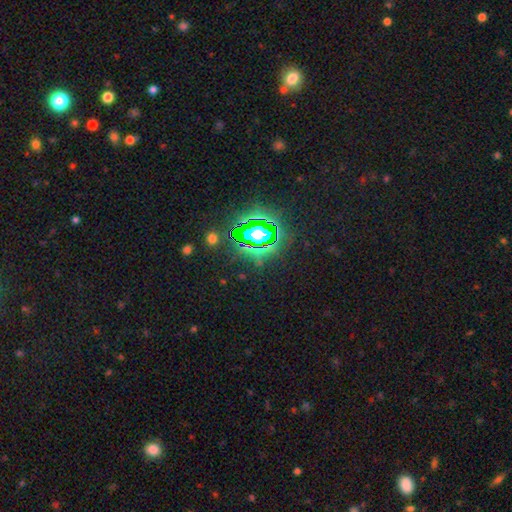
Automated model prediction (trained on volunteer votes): Morphology: type=star or artifact (82%).